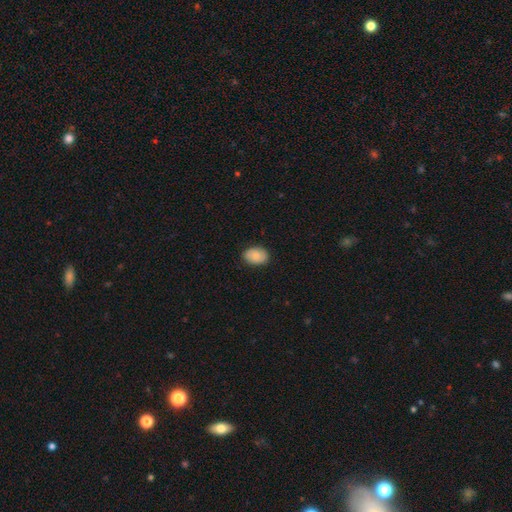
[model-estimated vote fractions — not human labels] Overall: smooth (84%). How rounded: in between (81%). Merging: none (86%).